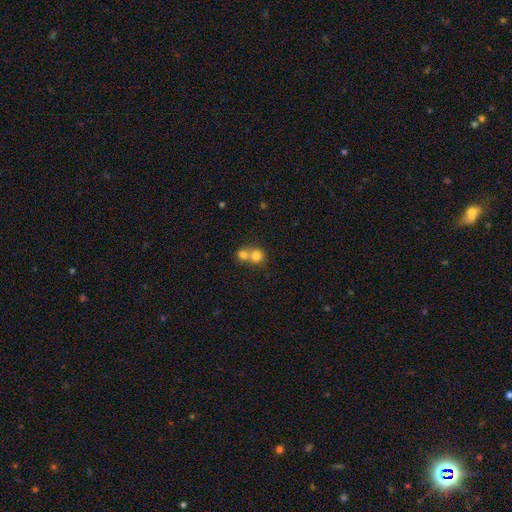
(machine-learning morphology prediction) Overall: smooth (77%). How rounded: round (84%). Merging: merger (61%; none 33%).